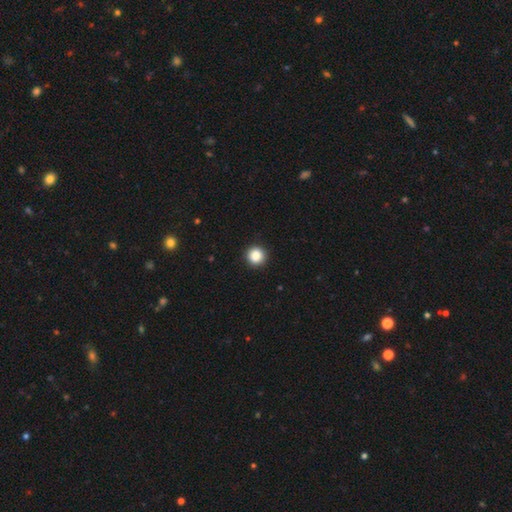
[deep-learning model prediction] A smooth galaxy with no disk features (86%) that is round (95%). Merging: none (93%).